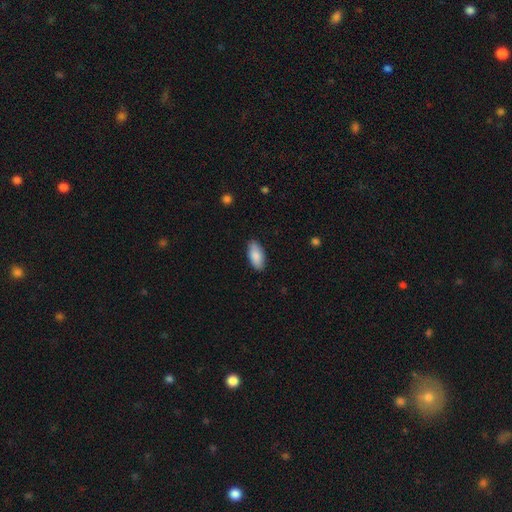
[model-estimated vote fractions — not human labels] Q: Smooth or featured?
A: smooth (88%); runner-up: featured or disk (6%)
Q: How rounded?
A: in between (92%); runner-up: cigar-shaped (7%)
Q: Merging?
A: none (87%); runner-up: minor disturbance (10%)